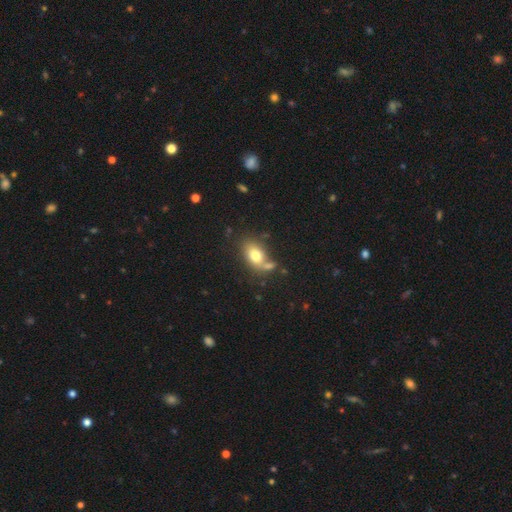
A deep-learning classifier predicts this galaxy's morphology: Q: Smooth or featured?
A: smooth (76%); runner-up: featured or disk (14%)
Q: How rounded?
A: in between (83%); runner-up: round (15%)
Q: Merging?
A: none (55%); runner-up: merger (21%)